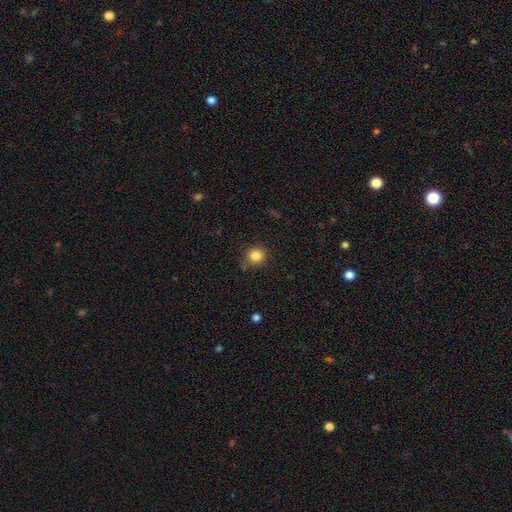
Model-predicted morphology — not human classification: smooth-or-featured: smooth: 84% | star or artifact: 11% | featured or disk: 4%
  how-rounded: round: 90% | in between: 9% | cigar-shaped: 1%
  merging: none: 83% | minor disturbance: 12% | major disturbance: 3% | merger: 2%